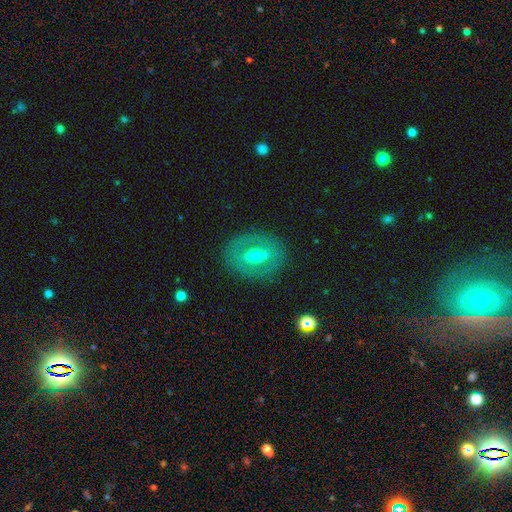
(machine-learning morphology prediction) Overall: featured or disk (55%; smooth 38%). Edge-on disk: no (90%). Merging: none (82%).